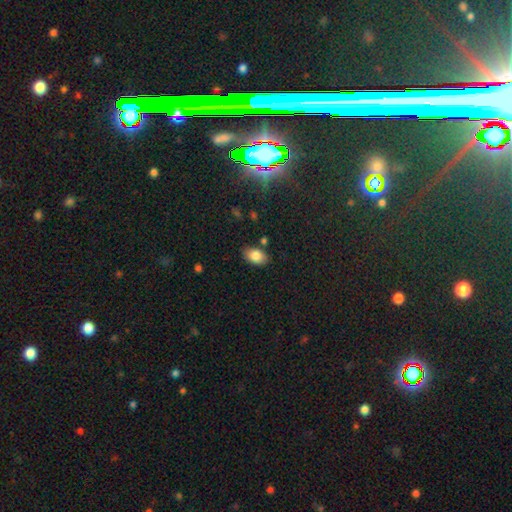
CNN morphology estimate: A smooth galaxy with no disk features (84%) that is in between round and cigar-shaped (88%).

Vote fractions:
- Smooth or featured? smooth: 84% / star or artifact: 8% / featured or disk: 8%
- How rounded? in between: 88% / round: 11% / cigar-shaped: 1%
- Merging? none: 82% / minor disturbance: 12% / merger: 4% / major disturbance: 2%